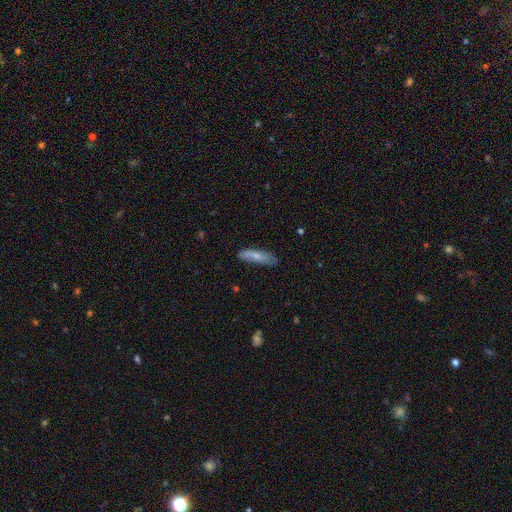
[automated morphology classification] Overall: smooth (69%). How rounded: cigar-shaped (60%; in between 38%). Merging: none (67%).